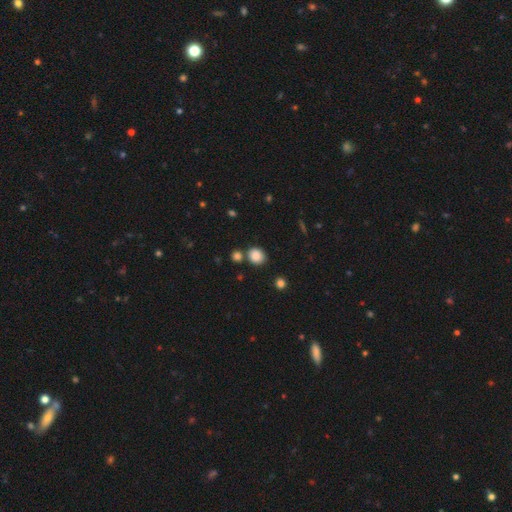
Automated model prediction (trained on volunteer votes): Smooth or featured?
  - smooth: 86% *
  - star or artifact: 10%
  - featured or disk: 4%
How rounded?
  - round: 71% *
  - in between: 28%
  - cigar-shaped: 1%
Merging?
  - none: 72% *
  - merger: 13%
  - minor disturbance: 11%
  - major disturbance: 3%